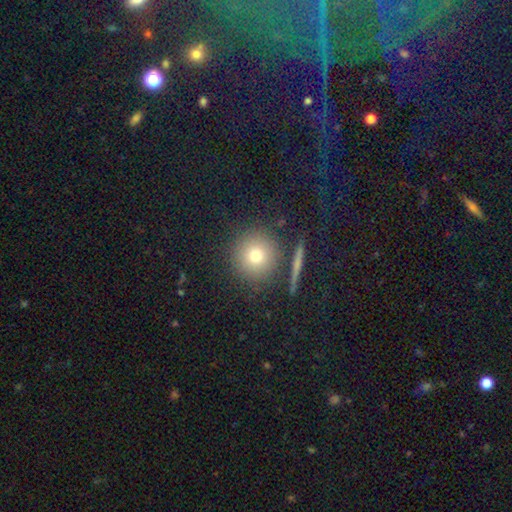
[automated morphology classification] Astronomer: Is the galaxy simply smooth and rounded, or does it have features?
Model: smooth — 74%.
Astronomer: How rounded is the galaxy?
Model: round — 94%.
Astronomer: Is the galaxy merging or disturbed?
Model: none — 86%.